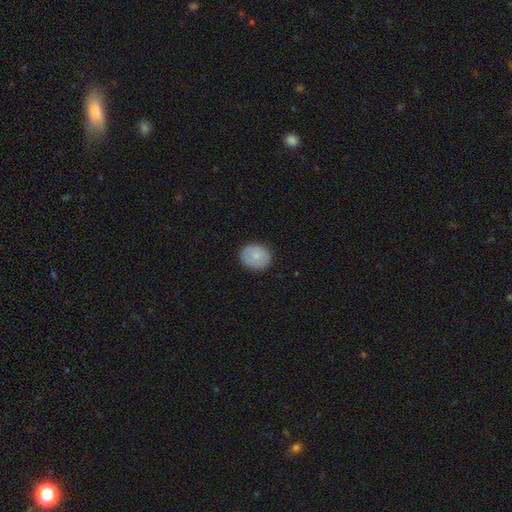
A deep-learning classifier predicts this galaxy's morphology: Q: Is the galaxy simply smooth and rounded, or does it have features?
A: smooth — 83%.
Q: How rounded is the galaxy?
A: round — 69%.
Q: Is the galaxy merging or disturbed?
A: none — 87%.